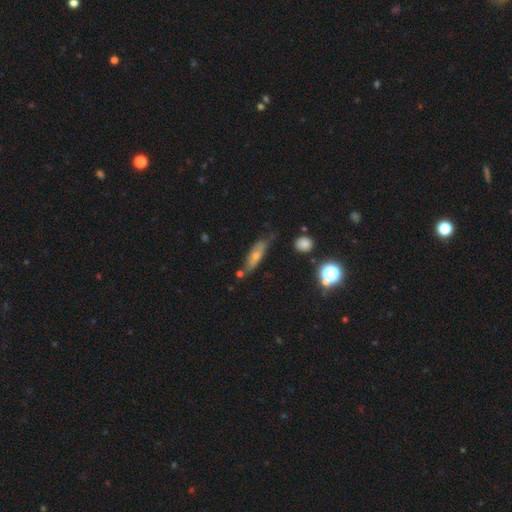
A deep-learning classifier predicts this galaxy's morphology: Smooth or featured: smooth — 57% (featured or disk — 33%)
How rounded: cigar-shaped — 52% (in between — 45%)
Merging: none — 60% (minor disturbance — 25%)